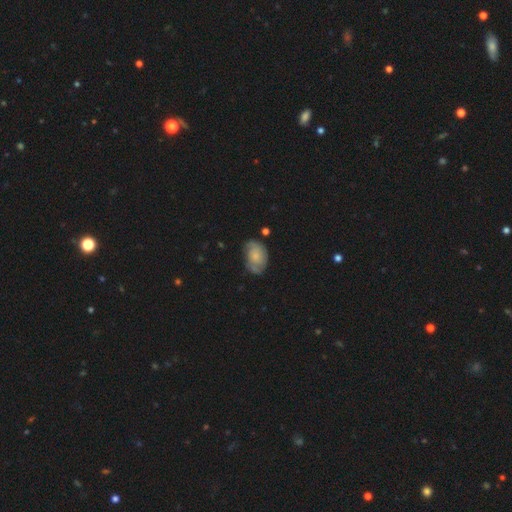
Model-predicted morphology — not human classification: This is possibly a featured or disk galaxy (47%). Merging: likely none (61%).